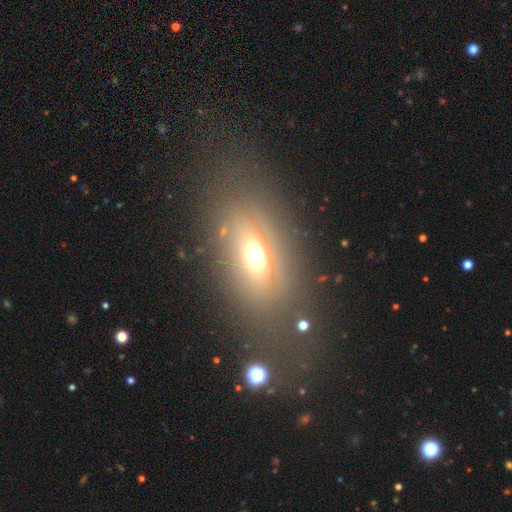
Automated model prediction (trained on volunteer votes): smooth-or-featured: featured or disk: 45% | smooth: 41% | star or artifact: 13%
  merging: none: 68% | minor disturbance: 16% | major disturbance: 13% | merger: 3%